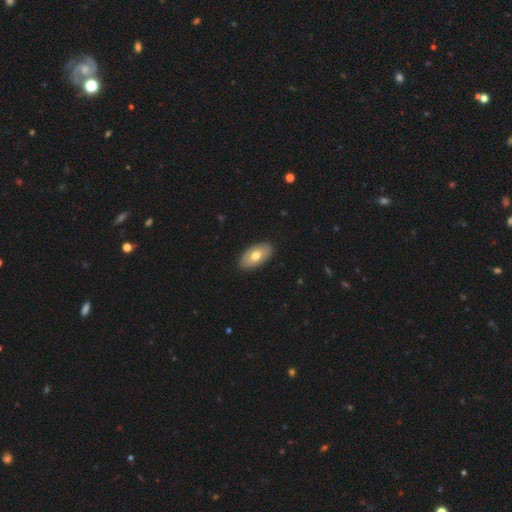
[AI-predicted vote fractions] The model was most divided on "smooth or featured": smooth: 70%, featured or disk: 25%, star or artifact: 5%. More confident: how rounded — in between (94%); merging — none (89%).